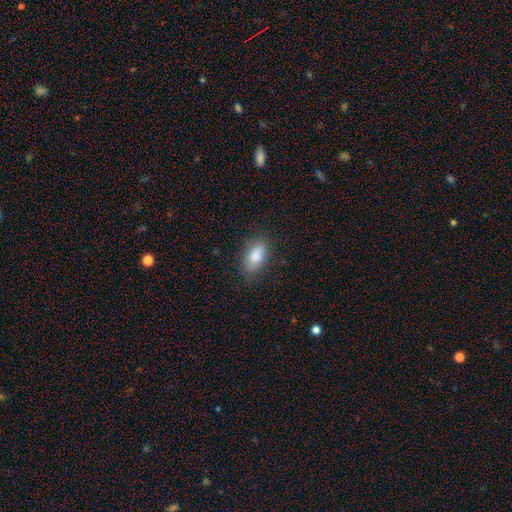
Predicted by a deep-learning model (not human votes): This appears to be a smooth galaxy with no disk features (85%) that is in between round and cigar-shaped (89%). Merging: none (78%).